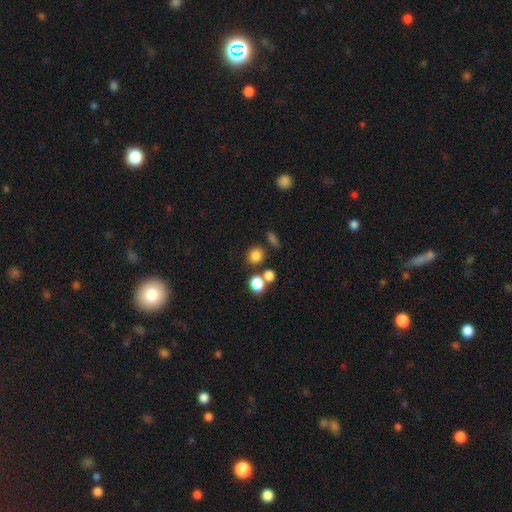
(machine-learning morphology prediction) A smooth galaxy with no disk features (80%) that is round (77%).

Vote fractions:
- Smooth or featured? smooth: 80% / star or artifact: 14% / featured or disk: 6%
- How rounded? round: 77% / in between: 22% / cigar-shaped: 1%
- Merging? none: 69% / merger: 17% / minor disturbance: 10% / major disturbance: 4%